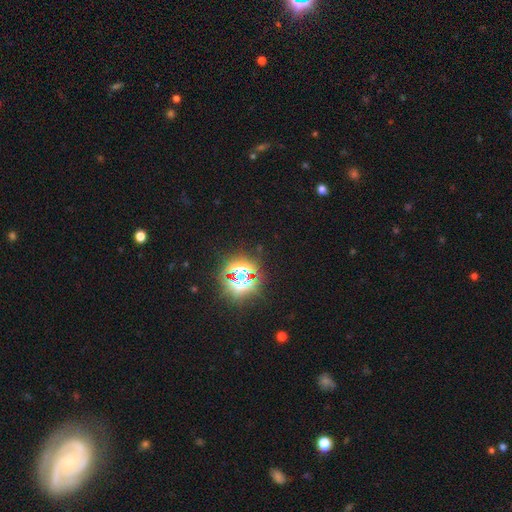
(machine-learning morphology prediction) smooth_or_featured: star or artifact (p=0.80) [alt: smooth p=0.15]